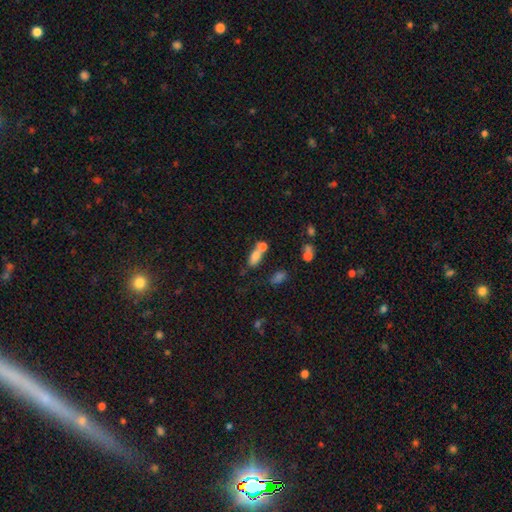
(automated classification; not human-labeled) smooth-or-featured: smooth: 74% | featured or disk: 14% | star or artifact: 12%
  how-rounded: in between: 79% | round: 13% | cigar-shaped: 8%
  merging: merger: 54% | none: 31% | minor disturbance: 9% | major disturbance: 6%